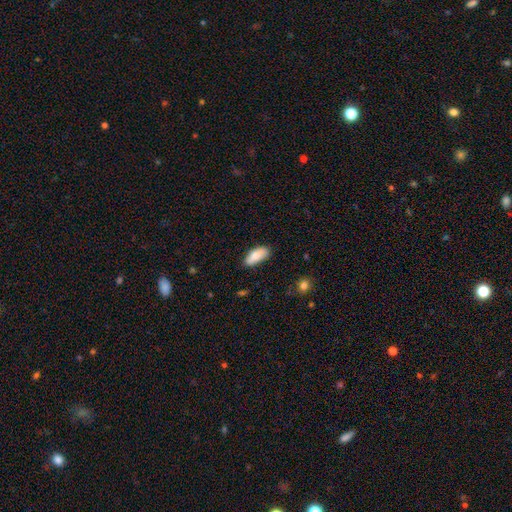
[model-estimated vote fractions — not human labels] Q: Smooth or featured?
A: smooth (83%); runner-up: featured or disk (11%)
Q: How rounded?
A: in between (84%); runner-up: cigar-shaped (14%)
Q: Merging?
A: none (78%); runner-up: minor disturbance (18%)